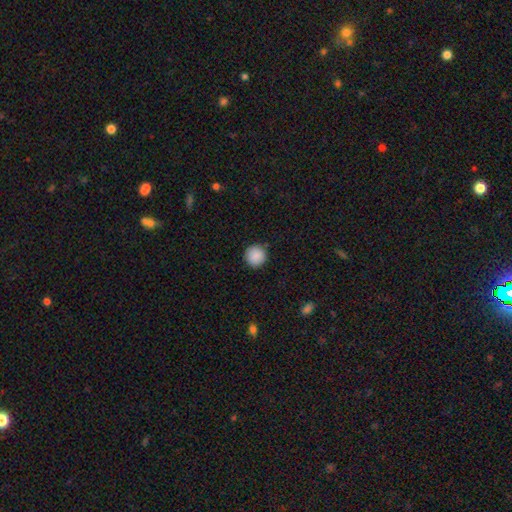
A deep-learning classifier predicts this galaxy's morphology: Q: Smooth or featured?
A: smooth (89%); runner-up: star or artifact (8%)
Q: How rounded?
A: round (95%); runner-up: in between (4%)
Q: Merging?
A: none (89%); runner-up: minor disturbance (8%)